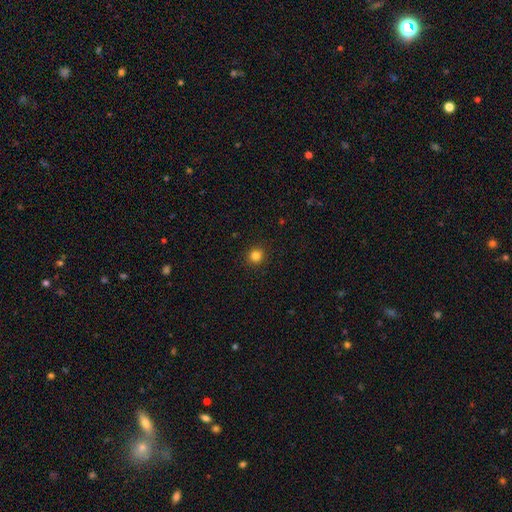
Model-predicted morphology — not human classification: Smooth or featured? smooth (83%)
How rounded? round (91%)
Merging? none (92%)